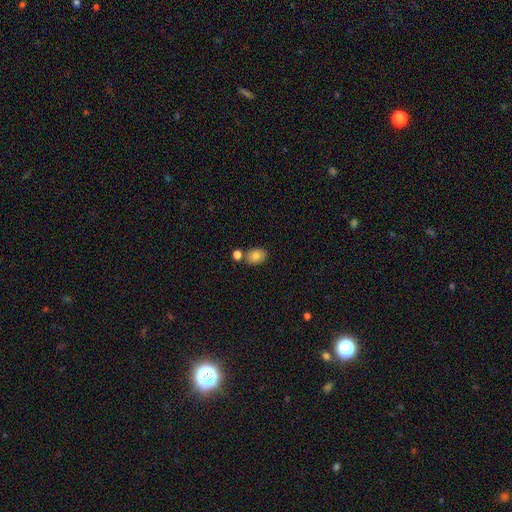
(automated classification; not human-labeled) Morphology: type=smooth (81%); roundness=in between (68%); merging=none (68%).